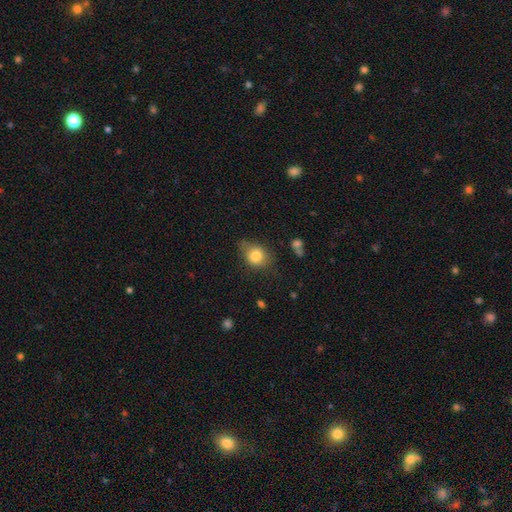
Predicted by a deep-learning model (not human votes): Smooth or featured: smooth — 80% (featured or disk — 10%)
How rounded: round — 49% (tied with in between — 49%)
Merging: none — 62% (minor disturbance — 28%)